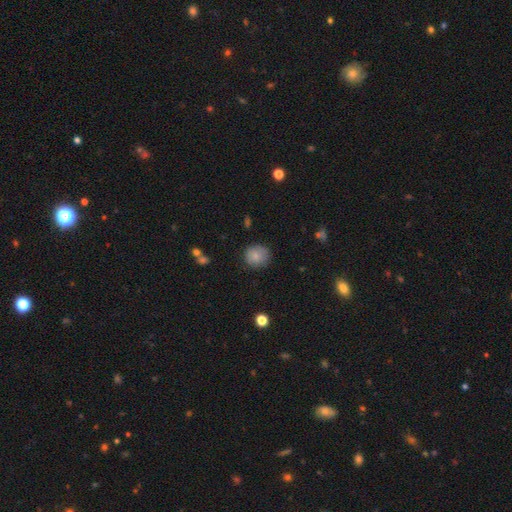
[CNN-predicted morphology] Smooth or featured? Predicted: smooth (p=0.82). How rounded? Predicted: round (p=0.89). Merging? Predicted: none (p=0.83).